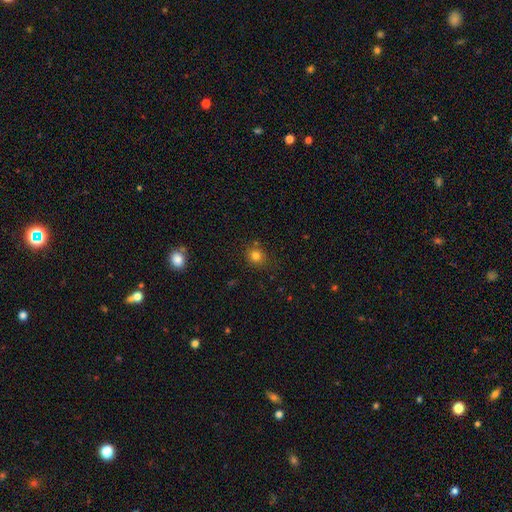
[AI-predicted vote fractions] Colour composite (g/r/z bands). It shows a smooth galaxy with no disk features (79%) that is round (82%). Merging: none (80%).